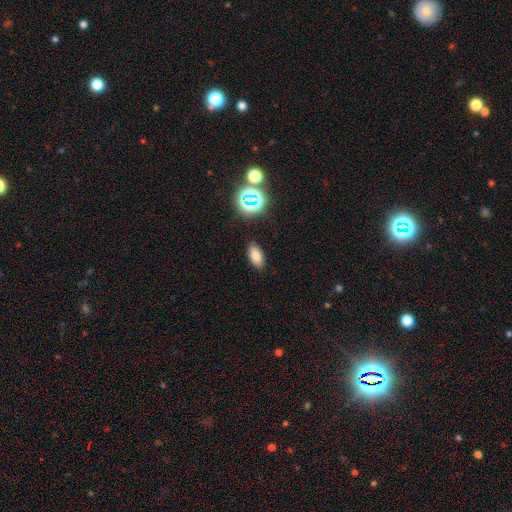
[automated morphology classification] Smooth or featured: smooth — 75% (star or artifact — 15%)
How rounded: in between — 89% (cigar-shaped — 6%)
Merging: none — 87% (minor disturbance — 9%)